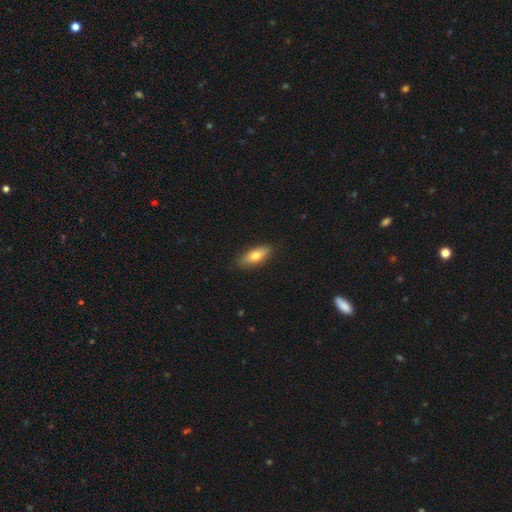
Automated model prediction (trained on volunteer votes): smooth 70%, featured or disk 24%, star or artifact 6%. Down the decision tree: how rounded — in between (64%); merging — none (87%).